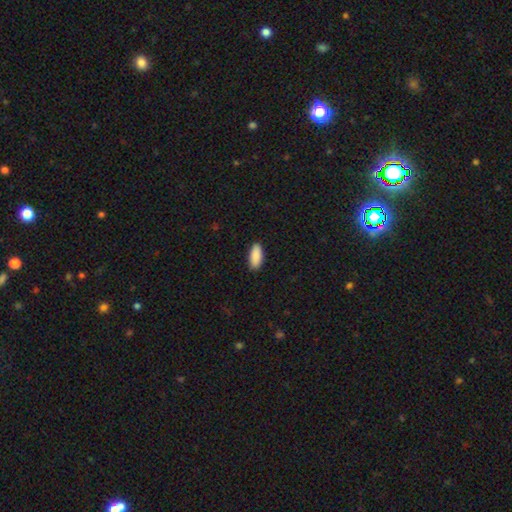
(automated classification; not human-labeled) This is clearly a smooth galaxy (90%). How rounded: clearly in between (85%). Merging: clearly none (89%).